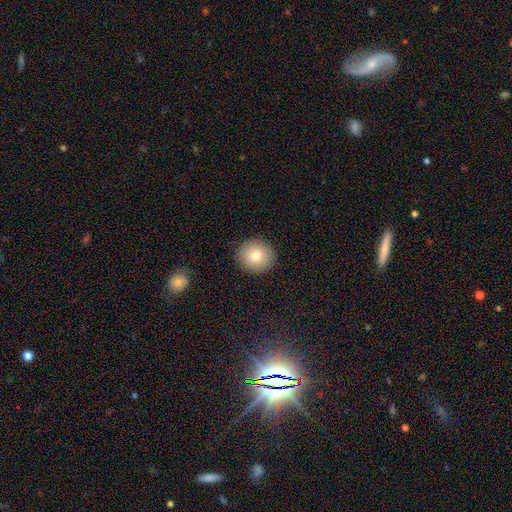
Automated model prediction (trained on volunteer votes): Overall: smooth (81%). How rounded: round (90%). Merging: none (91%).